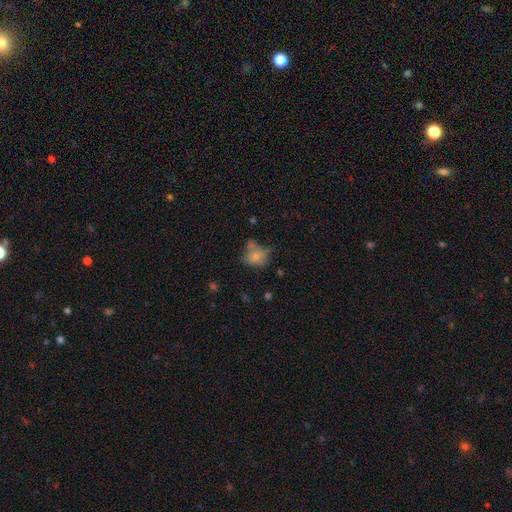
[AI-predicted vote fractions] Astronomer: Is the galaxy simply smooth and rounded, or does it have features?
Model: smooth — 73%.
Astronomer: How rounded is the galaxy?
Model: round — 54% (runner-up: in between, 45%).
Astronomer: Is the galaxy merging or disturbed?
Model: none — 44% (runner-up: minor disturbance, 23%).